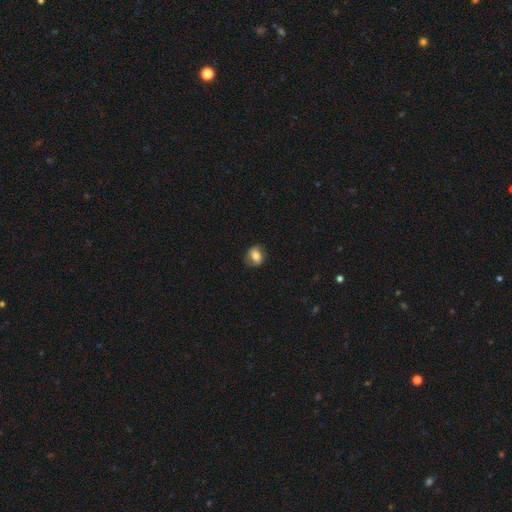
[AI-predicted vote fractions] Smooth or featured? smooth (66%)
How rounded? in between (52%)
Merging? none (73%)